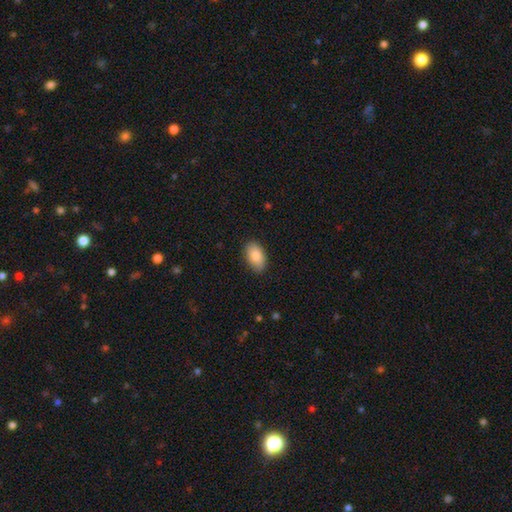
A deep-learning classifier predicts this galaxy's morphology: A smooth galaxy with no disk features (86%) that is in between round and cigar-shaped (94%).

Vote fractions:
- Smooth or featured? smooth: 86% / featured or disk: 8% / star or artifact: 6%
- How rounded? in between: 94% / round: 5% / cigar-shaped: 2%
- Merging? none: 87% / minor disturbance: 10% / major disturbance: 2% / merger: 1%